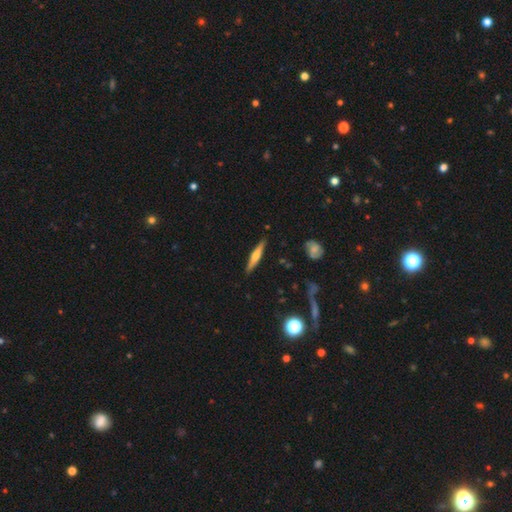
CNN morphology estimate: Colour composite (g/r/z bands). It shows a featured or disk galaxy (53%) viewed edge-on (96%) with a rounded central bulge (79%). Merging: none (89%).